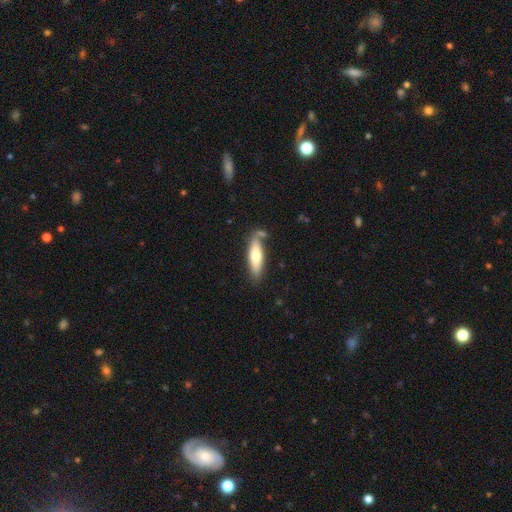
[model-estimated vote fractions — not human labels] smooth 65%, featured or disk 29%, star or artifact 6%. Down the decision tree: how rounded — cigar-shaped (59%); merging — none (71%).